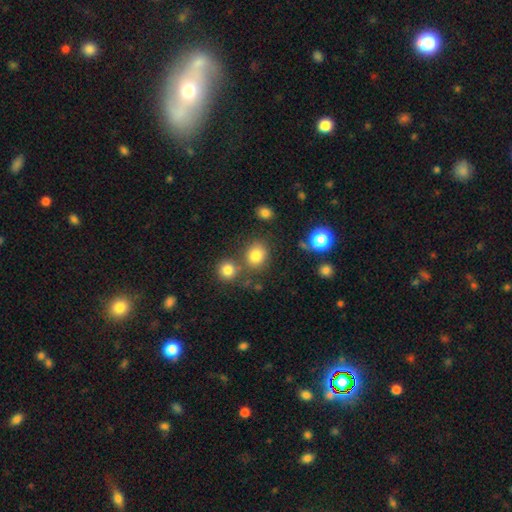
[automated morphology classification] Smooth or featured: smooth — 79% (star or artifact — 14%)
How rounded: round — 71% (in between — 28%)
Merging: none — 69% (merger — 16%)